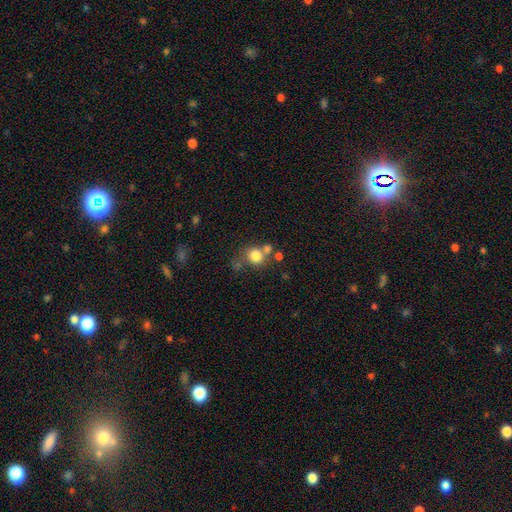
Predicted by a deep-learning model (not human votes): Q: Smooth or featured?
A: smooth (78%); runner-up: star or artifact (12%)
Q: How rounded?
A: round (79%); runner-up: in between (20%)
Q: Merging?
A: none (53%); runner-up: merger (28%)